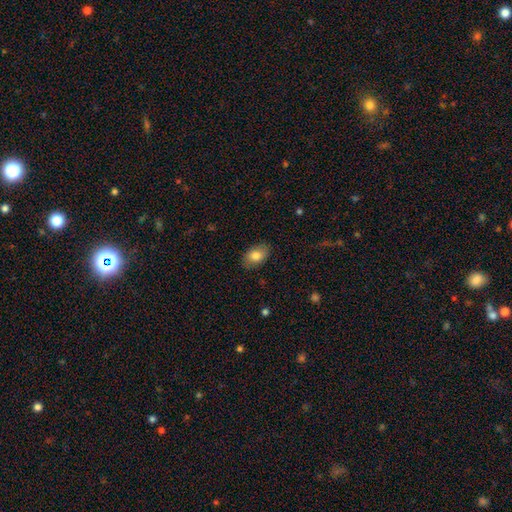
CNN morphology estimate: Smooth or featured? smooth (82%)
How rounded? in between (88%)
Merging? none (85%)